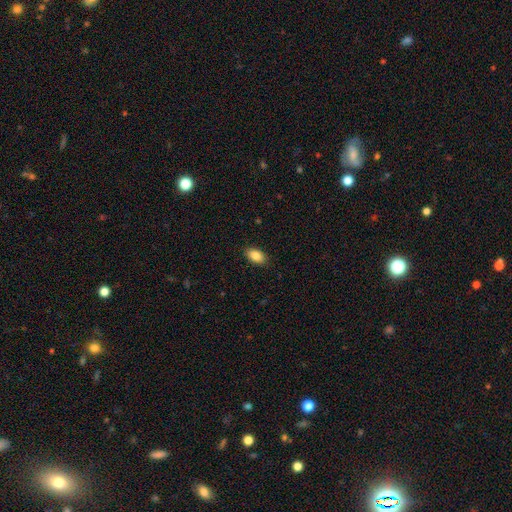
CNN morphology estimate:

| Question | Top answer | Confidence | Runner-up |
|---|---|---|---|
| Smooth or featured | smooth | 87% | star or artifact (8%) |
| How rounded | in between | 93% | round (5%) |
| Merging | none | 89% | minor disturbance (8%) |